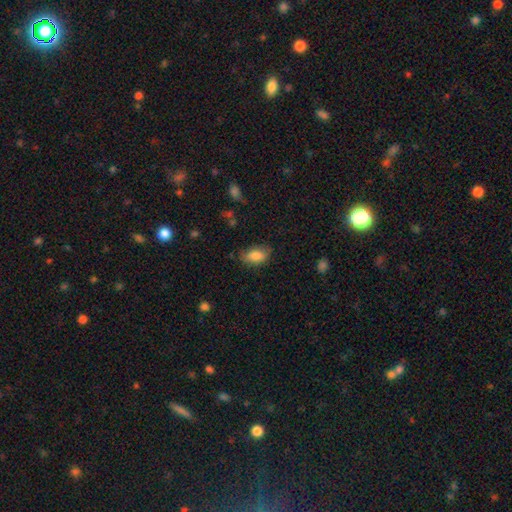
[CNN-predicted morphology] This appears to be a smooth galaxy with no disk features (83%) that is in between round and cigar-shaped (90%). Merging: none (73%).